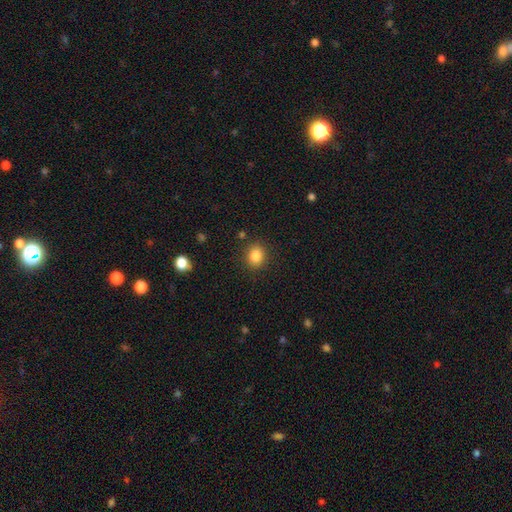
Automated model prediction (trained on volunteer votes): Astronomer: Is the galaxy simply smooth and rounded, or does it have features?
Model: smooth — 84%.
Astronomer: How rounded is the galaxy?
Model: round — 66%.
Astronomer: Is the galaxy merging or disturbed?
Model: none — 87%.